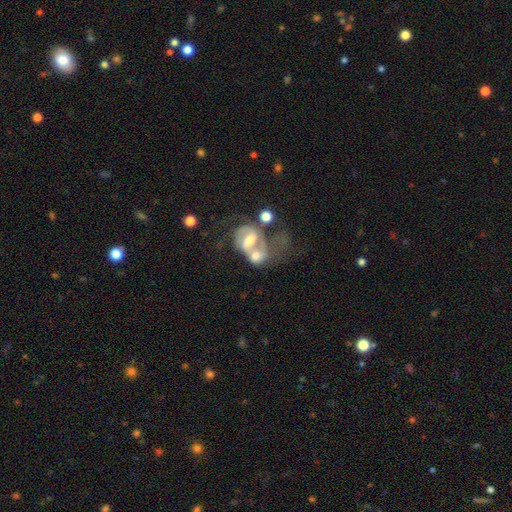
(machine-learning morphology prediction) Overall: featured or disk (71%). Edge-on disk: no (97%). Bar: weak (43%; strong 32%). Spiral arms: yes (80%). Spiral arm count: 2 (74%). Spiral winding: medium (45%; loose 33%). Bulge size: moderate (57%; small 27%). Merging: merger (60%).